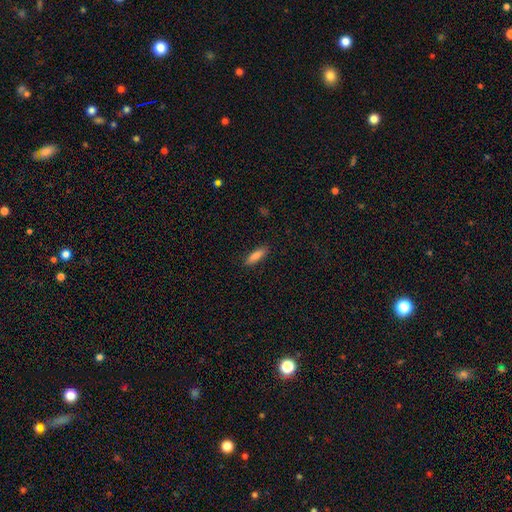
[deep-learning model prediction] Q: Smooth or featured?
A: smooth (83%); runner-up: featured or disk (10%)
Q: How rounded?
A: cigar-shaped (55%); runner-up: in between (43%)
Q: Merging?
A: none (88%); runner-up: minor disturbance (9%)